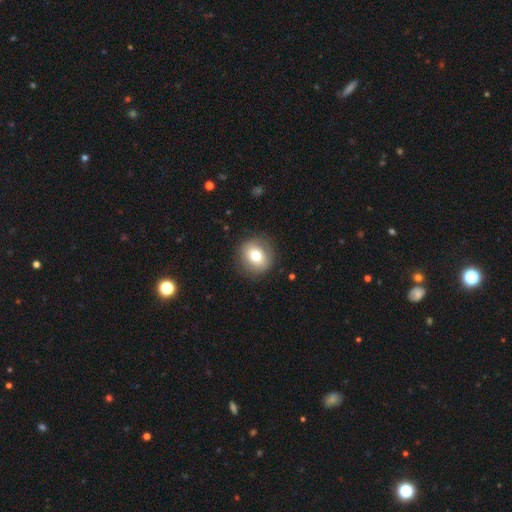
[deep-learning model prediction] Smooth or featured? Predicted: smooth (p=0.71). How rounded? Predicted: round (p=0.84). Merging? Predicted: none (p=0.86).